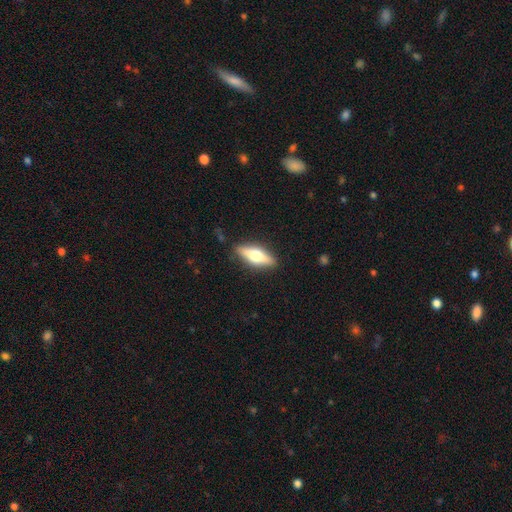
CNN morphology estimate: smooth-or-featured: featured or disk: 48% | smooth: 46% | star or artifact: 6%
  merging: none: 87% | minor disturbance: 10% | major disturbance: 2% | merger: 1%